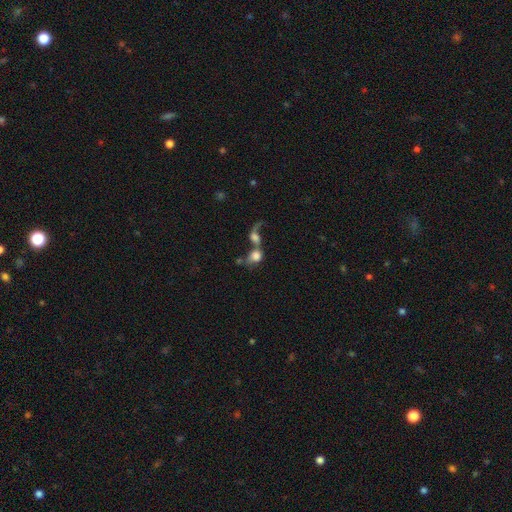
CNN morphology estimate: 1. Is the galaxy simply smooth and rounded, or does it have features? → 66% smooth, 24% featured or disk, 11% star or artifact.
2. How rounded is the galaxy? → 55% round, 42% in between, 3% cigar-shaped.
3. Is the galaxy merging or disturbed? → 71% merger, 12% none, 11% major disturbance, 5% minor disturbance.